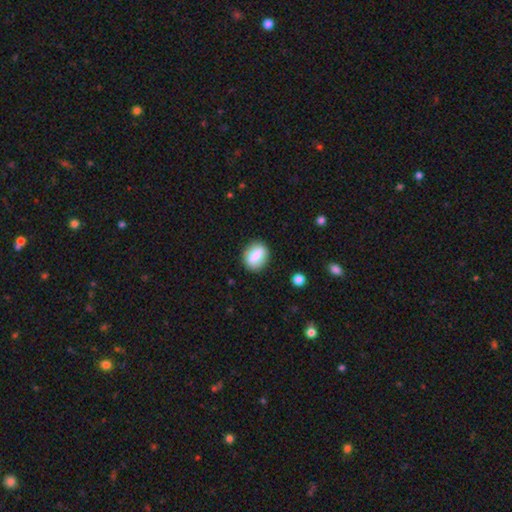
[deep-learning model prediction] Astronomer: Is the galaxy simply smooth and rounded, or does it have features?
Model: smooth — 75%.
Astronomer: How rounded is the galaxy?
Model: in between — 57% (runner-up: round, 40%).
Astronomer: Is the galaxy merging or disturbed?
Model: none — 86%.